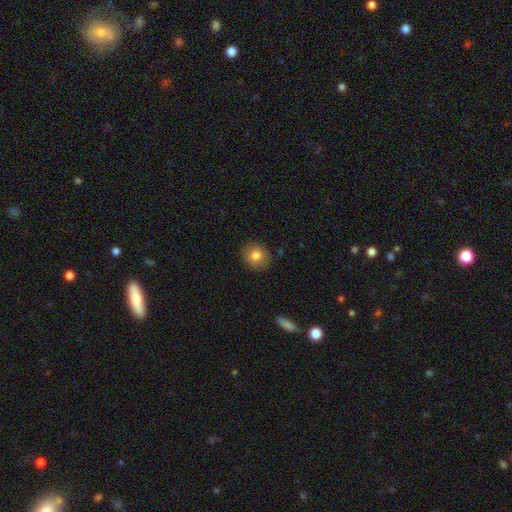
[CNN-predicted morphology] Smooth or featured? Predicted: smooth (p=0.81). How rounded? Predicted: round (p=0.80). Merging? Predicted: none (p=0.87).